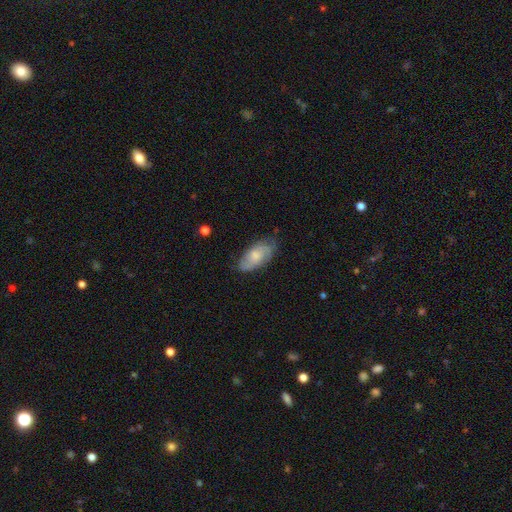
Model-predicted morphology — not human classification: Smooth or featured?
  - smooth: 56% *
  - featured or disk: 38%
  - star or artifact: 6%
How rounded?
  - in between: 91% *
  - cigar-shaped: 6%
  - round: 3%
Merging?
  - none: 64% *
  - minor disturbance: 27%
  - major disturbance: 7%
  - merger: 1%